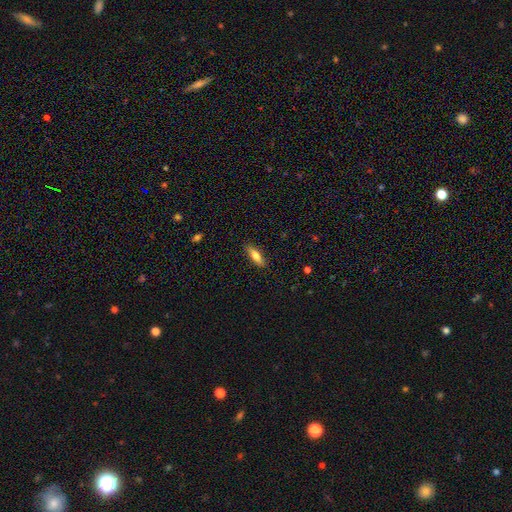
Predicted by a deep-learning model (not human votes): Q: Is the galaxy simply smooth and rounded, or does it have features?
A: smooth — 67%.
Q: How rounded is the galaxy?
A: cigar-shaped — 56%.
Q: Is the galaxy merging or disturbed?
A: none — 88%.